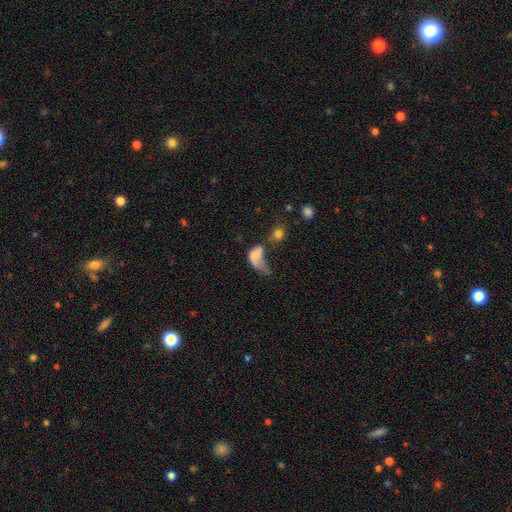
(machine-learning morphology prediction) The model was most divided on "merging": major disturbance: 53%, merger: 23%, minor disturbance: 13%, none: 11%. More confident: how rounded — in between (81%); smooth or featured — smooth (60%).